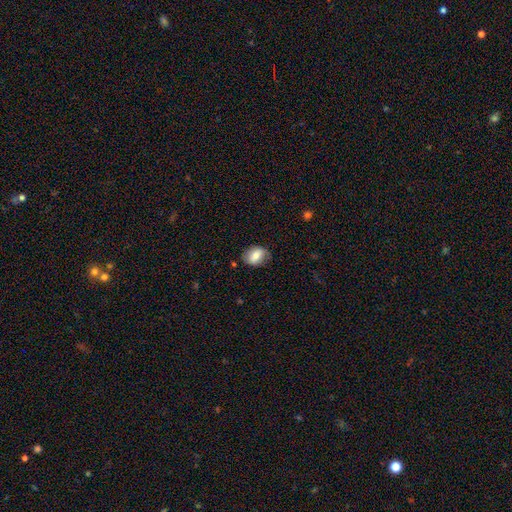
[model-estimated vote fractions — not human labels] smooth 73%, featured or disk 19%, star or artifact 8%. Down the decision tree: how rounded — in between (66%); merging — none (75%).